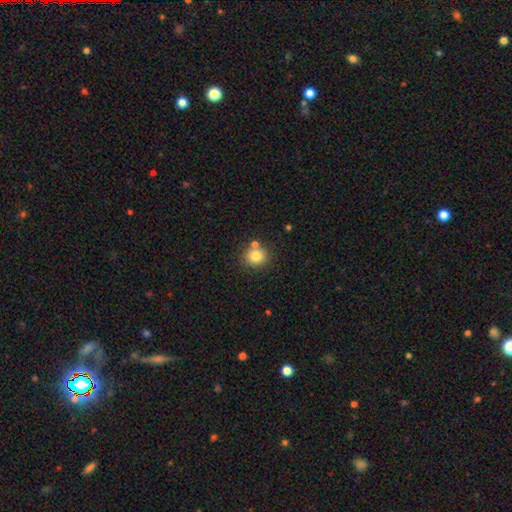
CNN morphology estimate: A smooth galaxy with no disk features (81%) that is round (82%).

Vote fractions:
- Smooth or featured? smooth: 81% / star or artifact: 11% / featured or disk: 8%
- How rounded? round: 82% / in between: 18% / cigar-shaped: 1%
- Merging? none: 70% / merger: 17% / minor disturbance: 10% / major disturbance: 3%